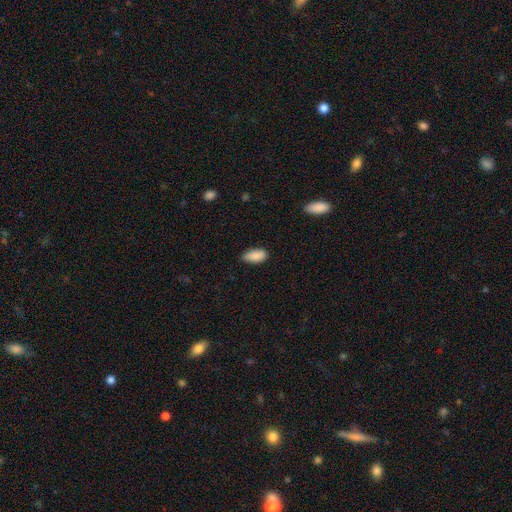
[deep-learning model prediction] This appears to be a smooth galaxy with no disk features (89%) that is in between round and cigar-shaped (93%). Merging: none (75%).